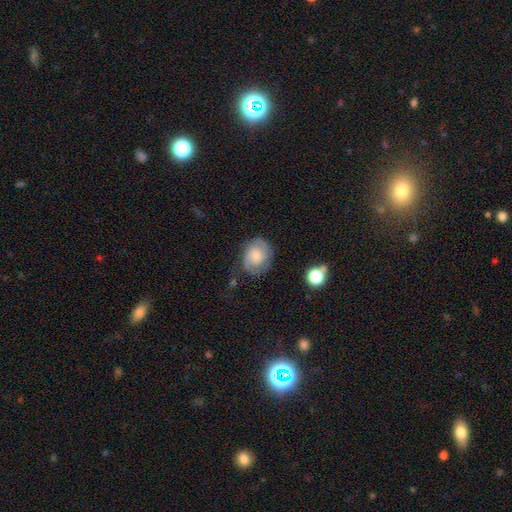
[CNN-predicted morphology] Q: Smooth or featured?
A: featured or disk (52%); runner-up: smooth (39%)
Q: Edge-on disk?
A: no (98%); runner-up: yes (2%)
Q: Bar?
A: no (68%); runner-up: weak (28%)
Q: Spiral arms?
A: yes (87%); runner-up: no (13%)
Q: Bulge size?
A: small (36%); runner-up: moderate (34%)
Q: Merging?
A: none (67%); runner-up: minor disturbance (21%)